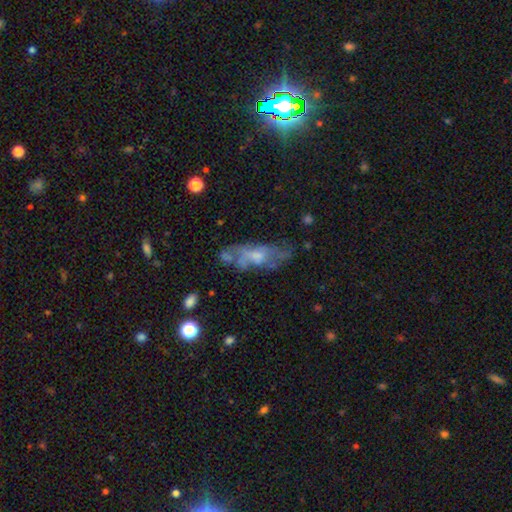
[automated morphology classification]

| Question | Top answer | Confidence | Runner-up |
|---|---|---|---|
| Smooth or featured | featured or disk | 53% | smooth (37%) |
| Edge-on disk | no | 82% | yes (18%) |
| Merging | none | 47% | minor disturbance (25%) |